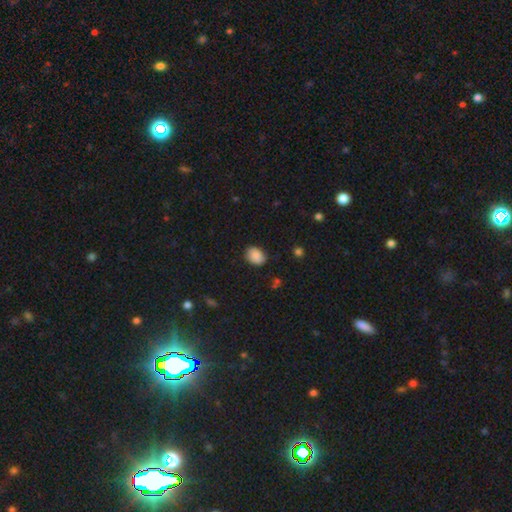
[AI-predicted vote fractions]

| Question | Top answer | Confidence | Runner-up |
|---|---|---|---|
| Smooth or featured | smooth | 88% | star or artifact (8%) |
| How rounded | in between | 72% | round (27%) |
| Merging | none | 82% | minor disturbance (14%) |